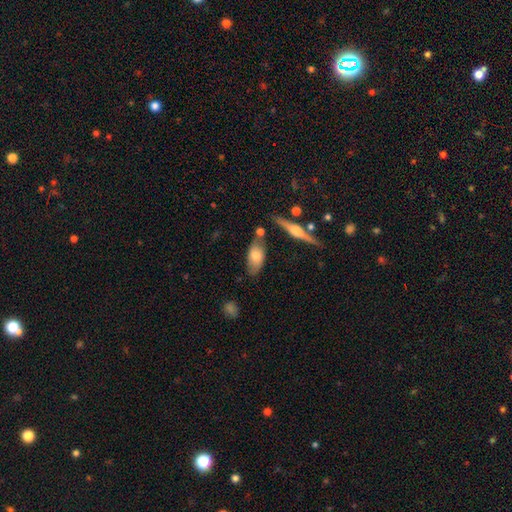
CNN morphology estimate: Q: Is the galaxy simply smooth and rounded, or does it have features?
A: smooth — 64%.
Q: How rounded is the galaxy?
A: in between — 86%.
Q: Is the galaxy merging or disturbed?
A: none — 68%.